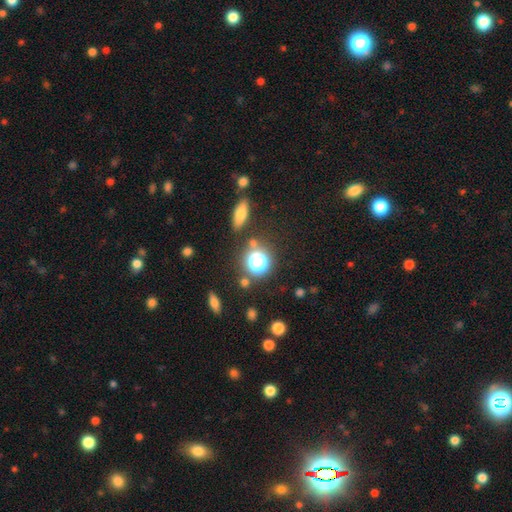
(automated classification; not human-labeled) Overall: smooth (49%; star or artifact 41%). Merging: none (72%).